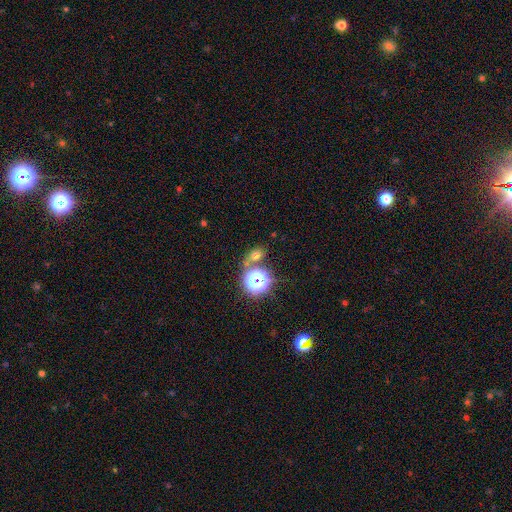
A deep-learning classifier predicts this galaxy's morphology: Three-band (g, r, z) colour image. It shows a smooth galaxy with no disk features (58%) that is in between round and cigar-shaped (53%). Merging: none (67%).